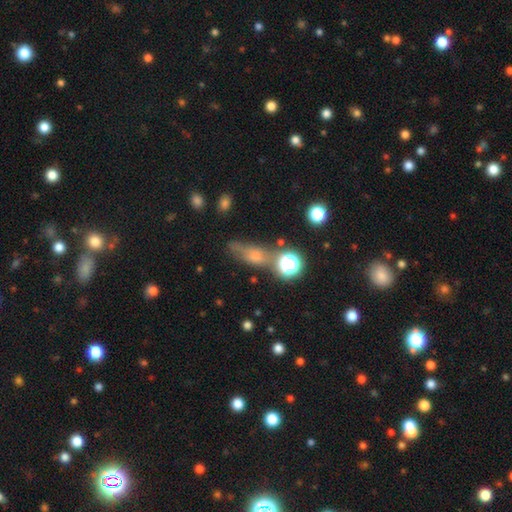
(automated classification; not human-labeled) Overall: smooth (53%; featured or disk 25%). How rounded: in between (49%; cigar-shaped 32%). Merging: none (53%; minor disturbance 23%).